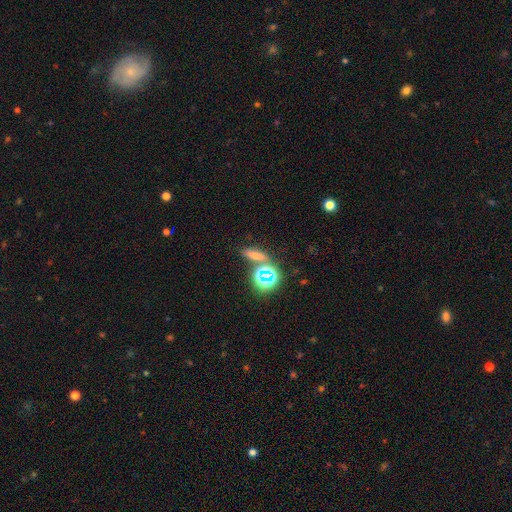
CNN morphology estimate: type=smooth (52%); roundness=cigar-shaped (41%); merging=none (70%).